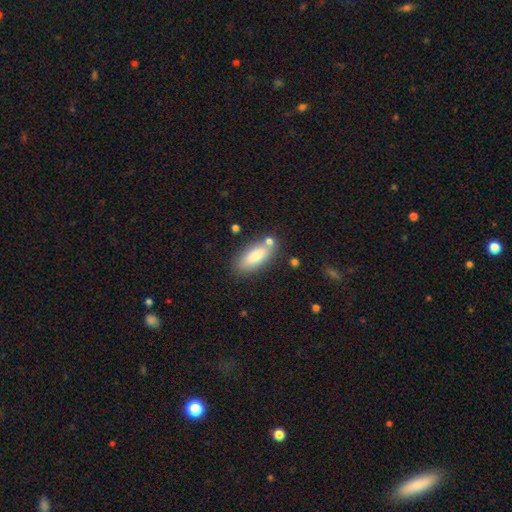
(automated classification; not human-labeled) A smooth galaxy with no disk features (83%) that is in between round and cigar-shaped (77%). Merging: none (70%).